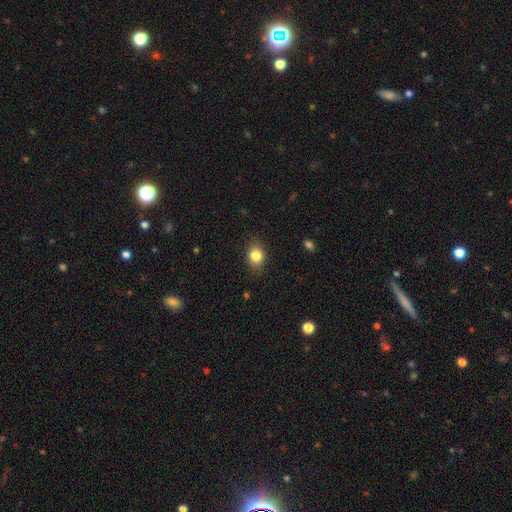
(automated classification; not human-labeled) A smooth galaxy with no disk features (83%) that is in between round and cigar-shaped (55%). Merging: none (83%).